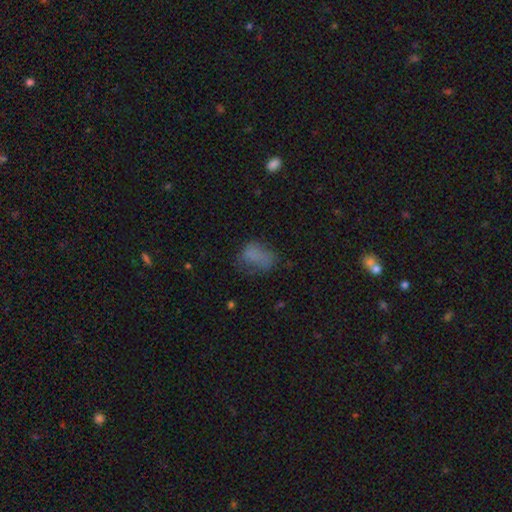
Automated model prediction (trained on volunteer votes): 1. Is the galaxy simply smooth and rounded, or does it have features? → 69% smooth, 16% featured or disk, 15% star or artifact.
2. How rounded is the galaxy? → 78% in between, 19% round, 2% cigar-shaped.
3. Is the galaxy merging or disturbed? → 42% none, 28% minor disturbance, 26% major disturbance, 4% merger.